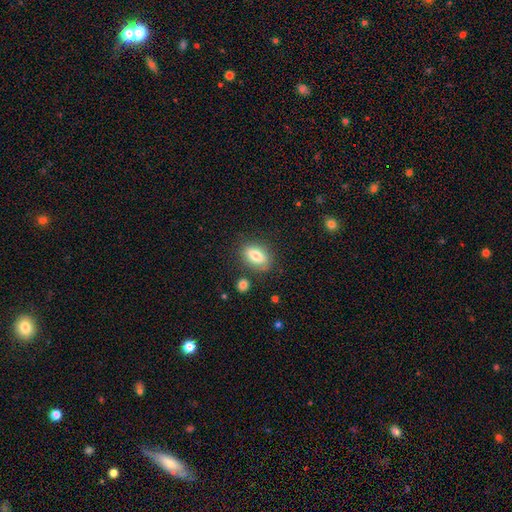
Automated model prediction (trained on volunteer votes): This is likely a smooth galaxy (80%). How rounded: clearly in between (84%). Merging: likely none (79%).